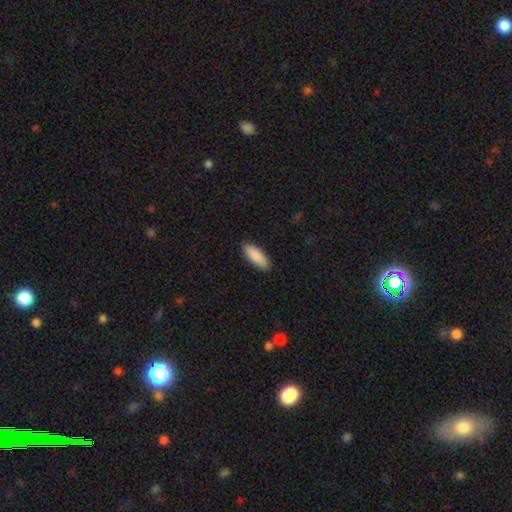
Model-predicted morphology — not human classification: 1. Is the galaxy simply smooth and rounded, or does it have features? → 90% smooth, 5% star or artifact, 5% featured or disk.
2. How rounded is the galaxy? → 74% in between, 24% cigar-shaped, 2% round.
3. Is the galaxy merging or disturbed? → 89% none, 9% minor disturbance, 2% major disturbance, 1% merger.